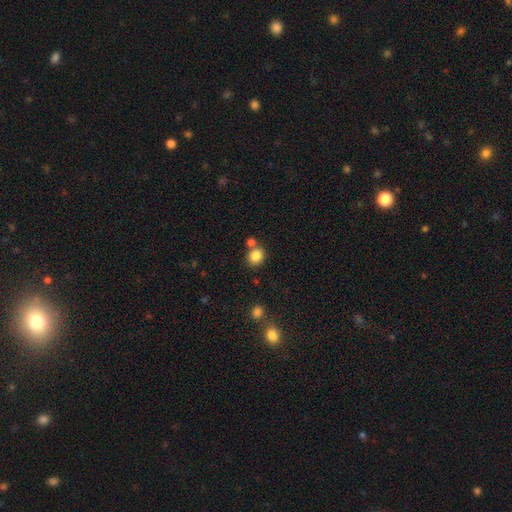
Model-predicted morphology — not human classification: Smooth or featured?
  - smooth: 85% *
  - star or artifact: 10%
  - featured or disk: 5%
How rounded?
  - round: 71% *
  - in between: 28%
  - cigar-shaped: 1%
Merging?
  - none: 66% *
  - merger: 20%
  - minor disturbance: 10%
  - major disturbance: 3%